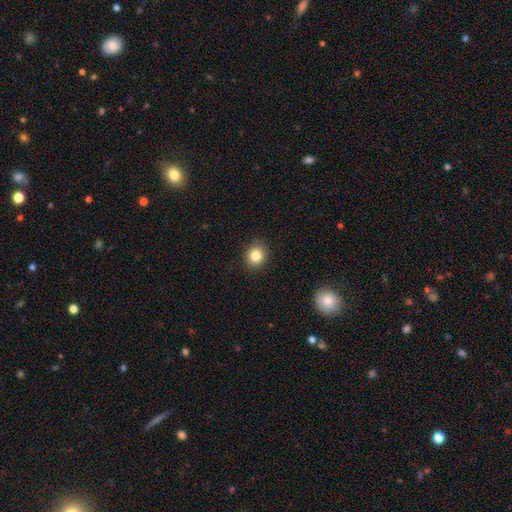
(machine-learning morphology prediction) Smooth or featured? smooth (83%)
How rounded? round (75%)
Merging? none (89%)